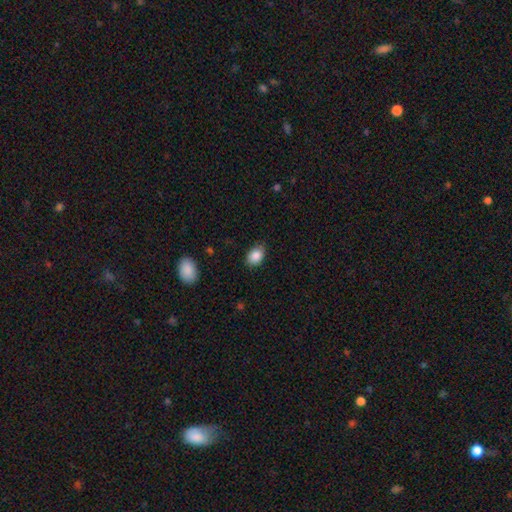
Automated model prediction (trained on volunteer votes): A smooth galaxy with no disk features (88%) that is in between round and cigar-shaped (80%). Merging: none (79%).